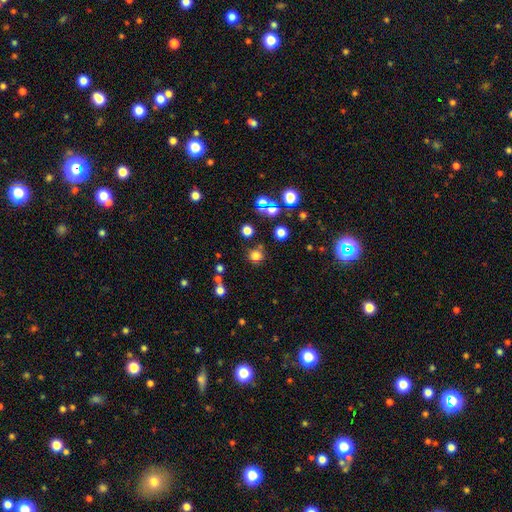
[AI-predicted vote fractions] Morphology: type=smooth (73%); roundness=round (90%); merging=none (77%).